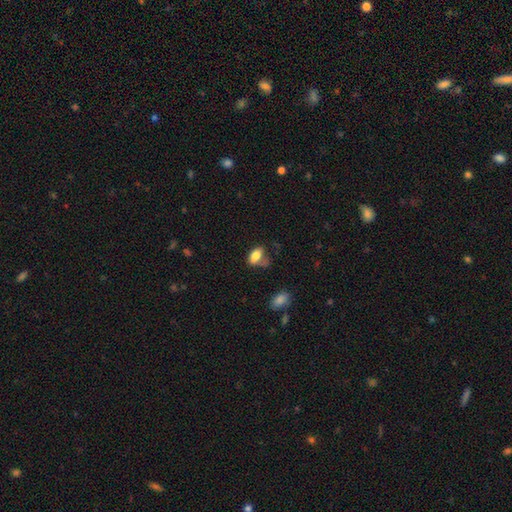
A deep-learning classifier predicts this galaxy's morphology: Smooth or featured?
  - smooth: 80% *
  - featured or disk: 12%
  - star or artifact: 8%
How rounded?
  - in between: 89% *
  - round: 7%
  - cigar-shaped: 4%
Merging?
  - none: 45% *
  - minor disturbance: 29%
  - major disturbance: 14%
  - merger: 12%